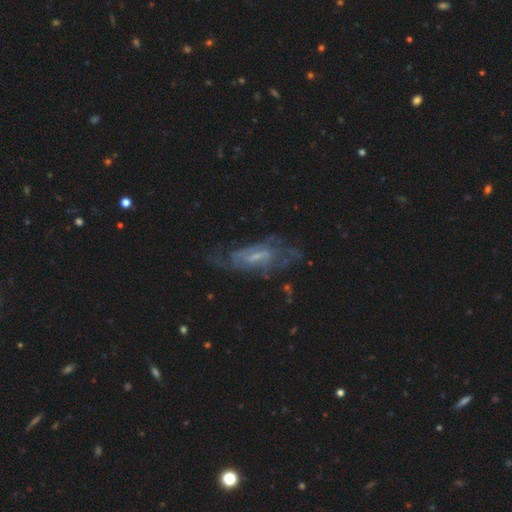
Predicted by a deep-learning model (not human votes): Morphology: type=featured or disk (71%); edge-on=no (84%); bar=weak (49%); spiral arms=yes (75%); bulge=small (47%); merging=none (59%).